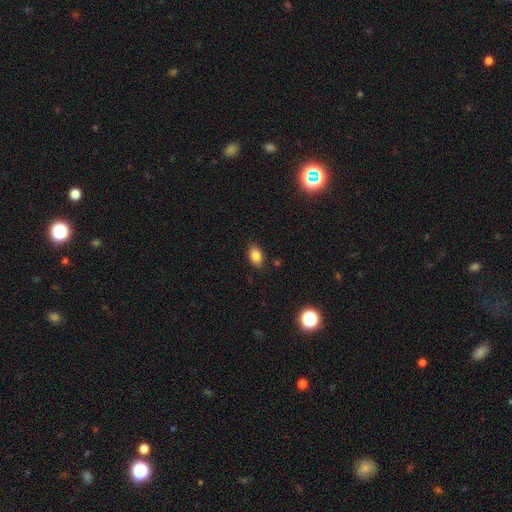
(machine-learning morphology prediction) Smooth or featured? smooth (84%)
How rounded? in between (87%)
Merging? none (86%)